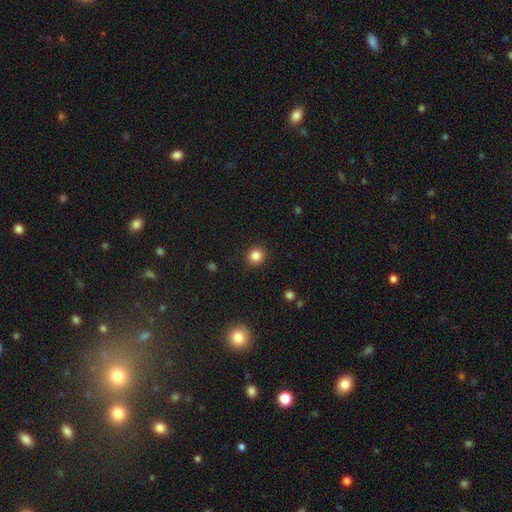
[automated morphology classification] Overall: smooth (84%). How rounded: round (91%). Merging: none (92%).